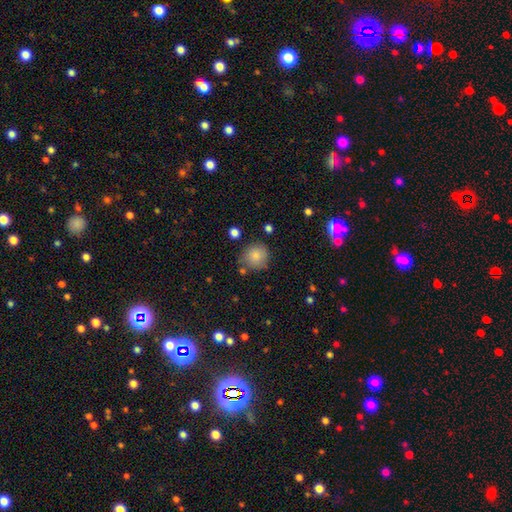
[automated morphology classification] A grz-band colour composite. It shows a smooth galaxy with no disk features (84%) that is round (89%). Merging: none (76%).